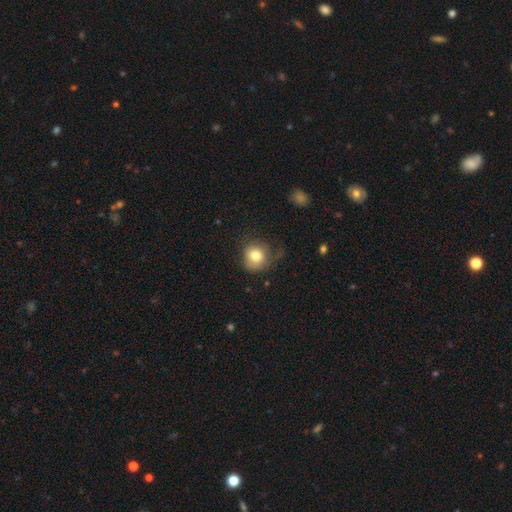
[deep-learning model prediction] Smooth or featured?
  - smooth: 78% *
  - featured or disk: 12%
  - star or artifact: 10%
How rounded?
  - round: 85% *
  - in between: 14%
  - cigar-shaped: 1%
Merging?
  - none: 56% *
  - minor disturbance: 26%
  - major disturbance: 16%
  - merger: 2%